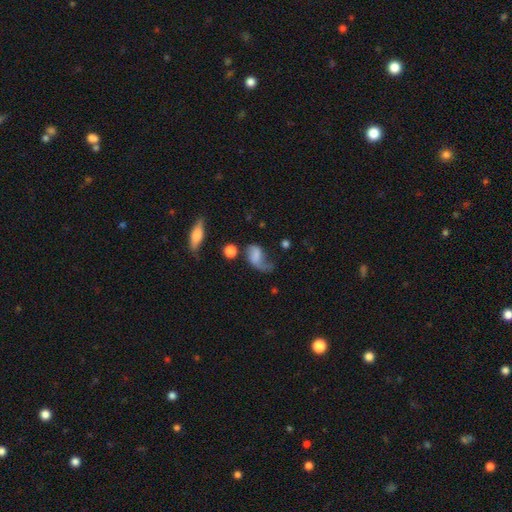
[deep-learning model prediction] Overall: smooth (54%; featured or disk 35%). How rounded: in between (81%). Merging: major disturbance (41%; none 27%).